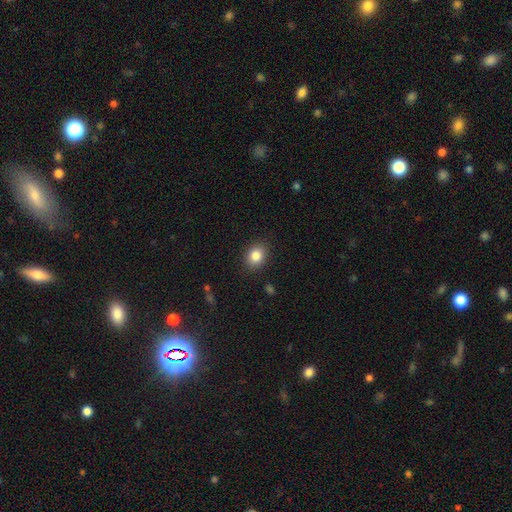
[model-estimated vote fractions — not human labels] Q: Smooth or featured?
A: smooth (84%); runner-up: star or artifact (10%)
Q: How rounded?
A: round (51%); runner-up: in between (48%)
Q: Merging?
A: none (88%); runner-up: minor disturbance (9%)